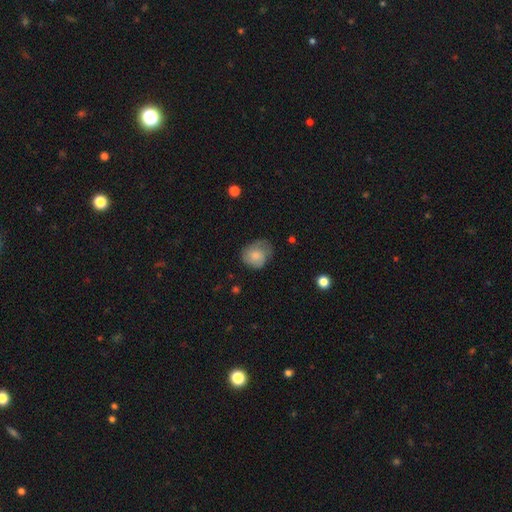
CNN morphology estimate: Smooth or featured: smooth — 70% (featured or disk — 22%)
How rounded: round — 64% (in between — 35%)
Merging: none — 48% (minor disturbance — 35%)